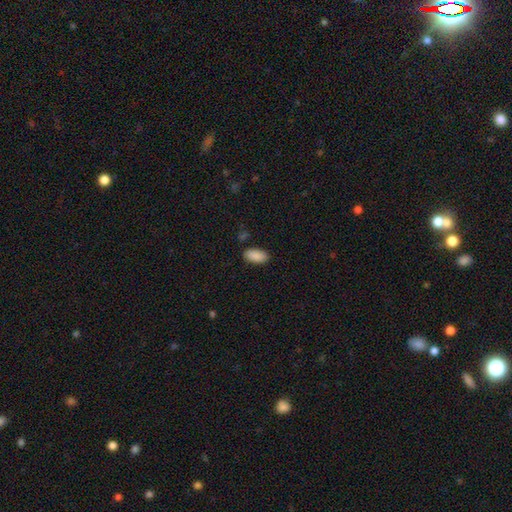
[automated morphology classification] Overall: smooth (90%). How rounded: in between (93%). Merging: none (86%).